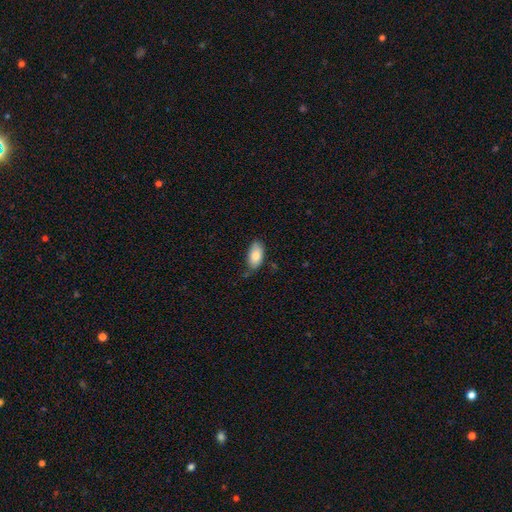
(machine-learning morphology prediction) A smooth galaxy with no disk features (85%) that is in between round and cigar-shaped (93%).

Vote fractions:
- Smooth or featured? smooth: 85% / featured or disk: 8% / star or artifact: 7%
- How rounded? in between: 93% / cigar-shaped: 4% / round: 3%
- Merging? none: 70% / minor disturbance: 24% / major disturbance: 4% / merger: 2%